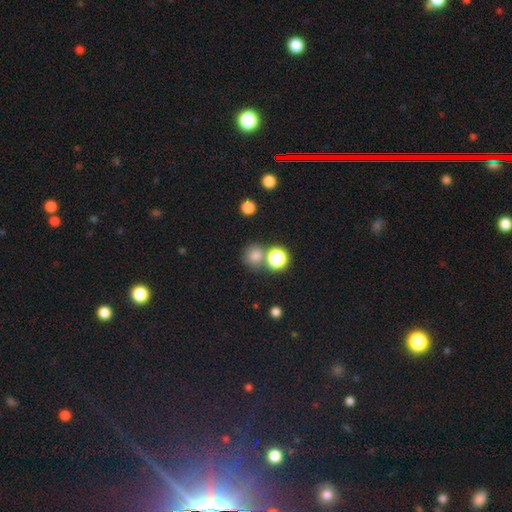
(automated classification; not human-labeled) Overall: smooth (73%). How rounded: round (88%). Merging: none (67%).